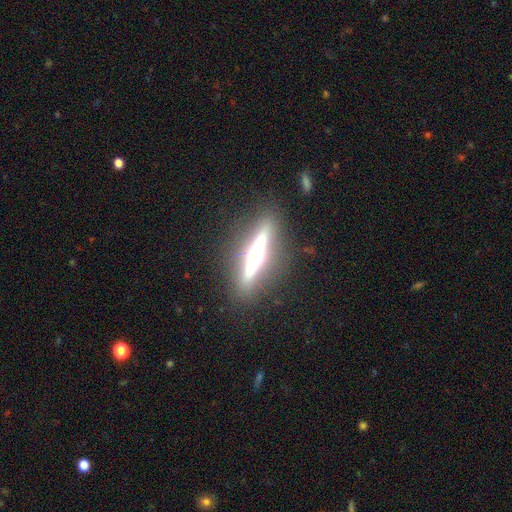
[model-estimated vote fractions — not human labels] Smooth or featured? featured or disk (77%)
Edge-on disk? yes (95%)
Edge-on bulge? rounded (93%)
Merging? none (88%)